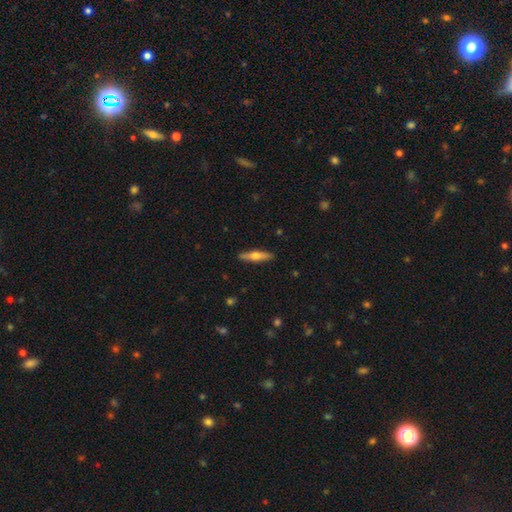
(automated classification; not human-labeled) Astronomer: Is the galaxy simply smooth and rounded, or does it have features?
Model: smooth — 50% (runner-up: featured or disk, 44%).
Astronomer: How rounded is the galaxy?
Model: cigar-shaped — 81%.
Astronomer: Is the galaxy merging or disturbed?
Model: none — 89%.